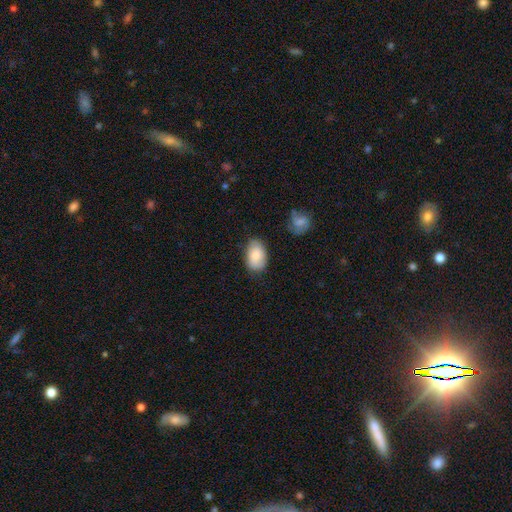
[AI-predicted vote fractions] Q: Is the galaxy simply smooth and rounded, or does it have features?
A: smooth — 81%.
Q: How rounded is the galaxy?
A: in between — 90%.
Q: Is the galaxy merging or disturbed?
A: none — 73%.